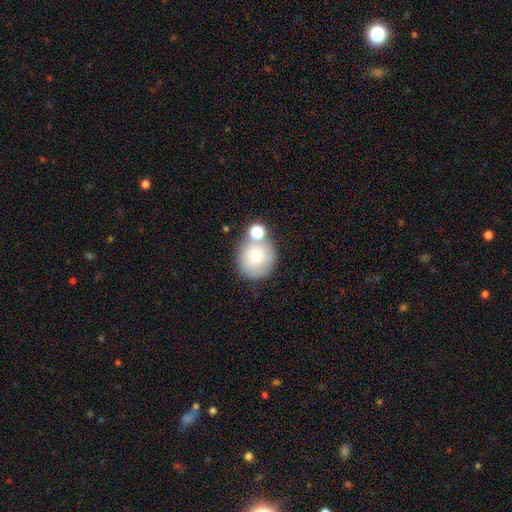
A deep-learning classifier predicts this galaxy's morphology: Smooth or featured? smooth (72%)
How rounded? round (89%)
Merging? none (62%)